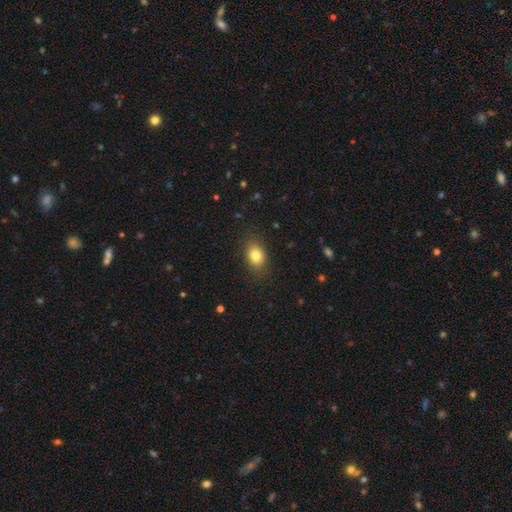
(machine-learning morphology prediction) smooth-or-featured: smooth: 81% | star or artifact: 10% | featured or disk: 9%
  how-rounded: in between: 73% | round: 26% | cigar-shaped: 1%
  merging: none: 85% | minor disturbance: 11% | major disturbance: 3% | merger: 1%